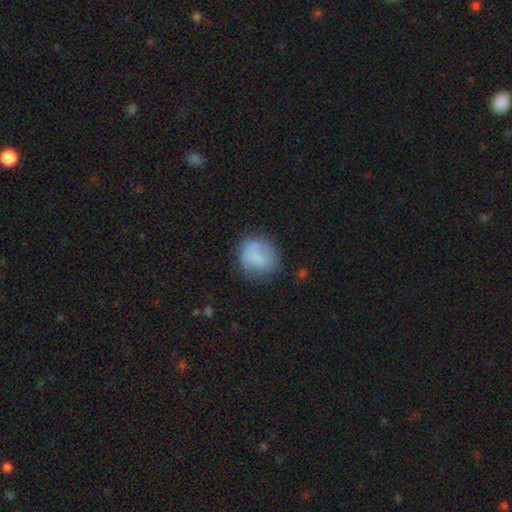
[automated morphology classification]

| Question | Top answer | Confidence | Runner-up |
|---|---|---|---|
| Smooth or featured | smooth | 71% | featured or disk (21%) |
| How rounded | round | 75% | in between (24%) |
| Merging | none | 60% | minor disturbance (24%) |